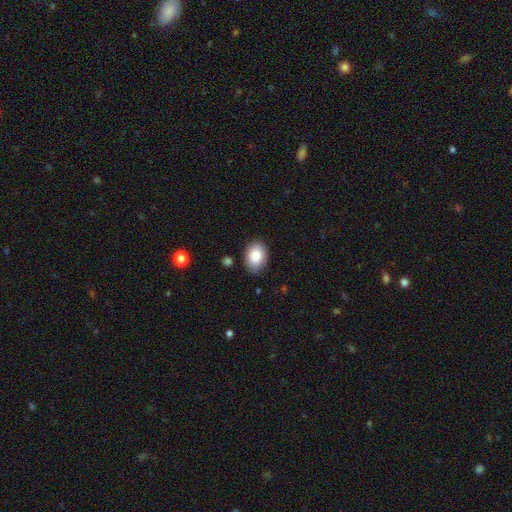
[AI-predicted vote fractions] This appears to be a smooth galaxy with no disk features (86%) that is in between round and cigar-shaped (81%). Merging: none (85%).